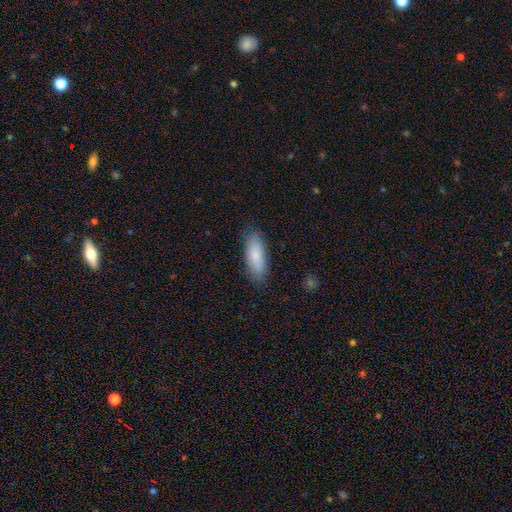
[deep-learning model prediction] This is clearly a smooth galaxy (83%). How rounded: likely in between (69%). Merging: clearly none (85%).